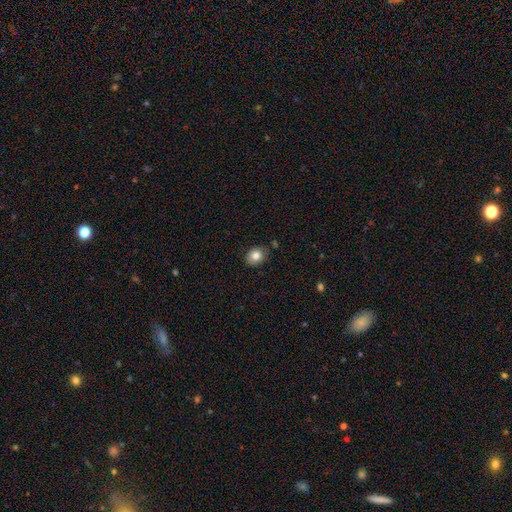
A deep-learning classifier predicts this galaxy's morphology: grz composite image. It shows a smooth galaxy with no disk features (83%) that is round (60%). Merging: none (81%).